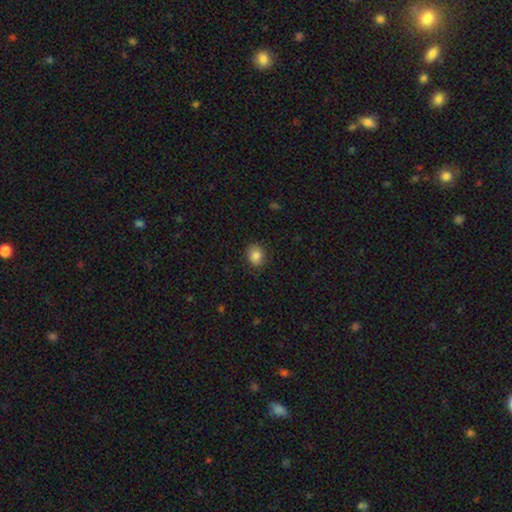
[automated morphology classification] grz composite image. It shows a smooth galaxy with no disk features (85%) that is round (60%). Merging: none (84%).